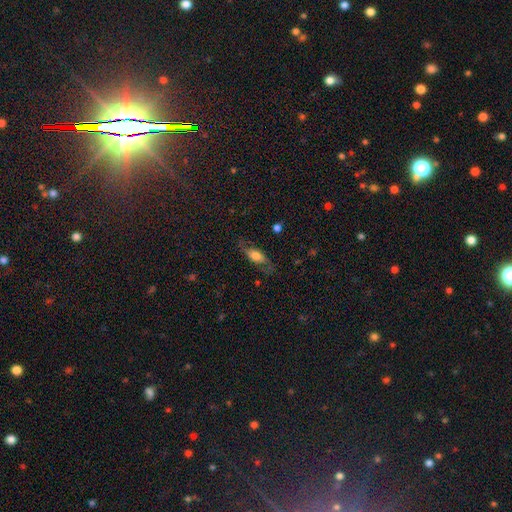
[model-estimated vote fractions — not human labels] Q: Smooth or featured?
A: smooth (50%); runner-up: featured or disk (42%)
Q: Merging?
A: none (68%); runner-up: minor disturbance (19%)